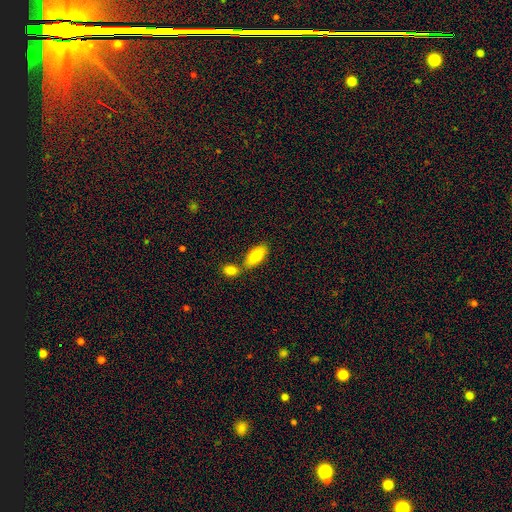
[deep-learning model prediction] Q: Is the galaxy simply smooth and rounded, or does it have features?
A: smooth — 79%.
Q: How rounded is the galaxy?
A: in between — 88%.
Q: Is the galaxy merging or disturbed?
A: none — 61%.